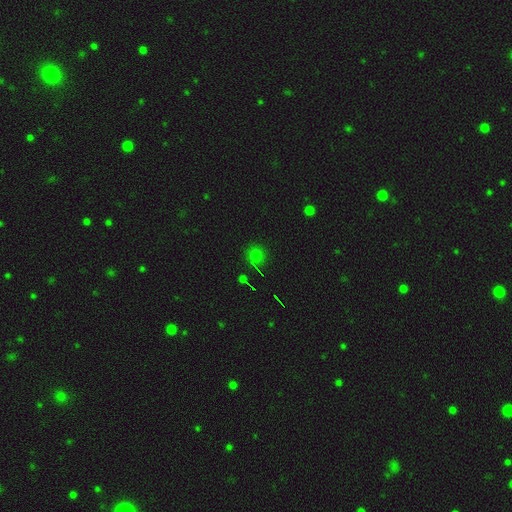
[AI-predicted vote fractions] A smooth galaxy with no disk features (61%) that is round (91%). Merging: none (80%).